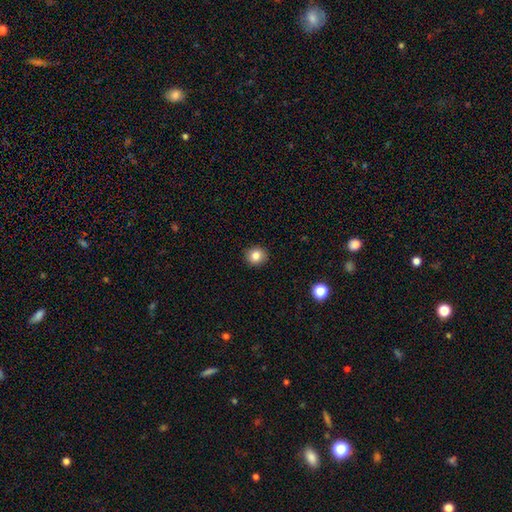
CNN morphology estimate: A smooth galaxy with no disk features (84%) that is round (85%). Merging: none (91%).